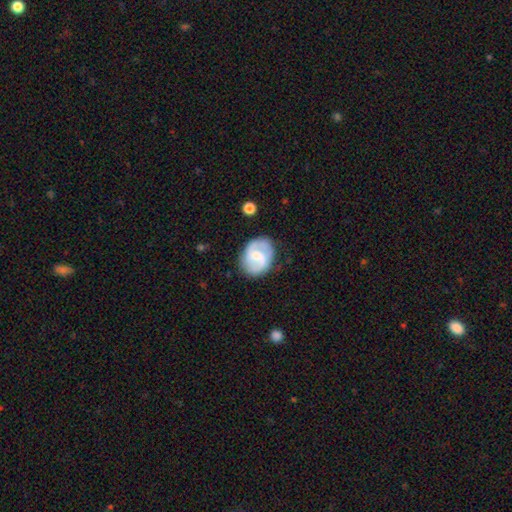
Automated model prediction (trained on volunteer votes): The model was most divided on "bulge size": moderate: 44%, small: 43%, none: 8%, large: 5%, dominant: 1%. Remaining: edge-on disk — no (98%); spiral arms — yes (88%); spiral arm count — 2 (85%); merging — none (75%); smooth or featured — featured or disk (71%); bar — weak (56%); spiral winding — medium (49%).